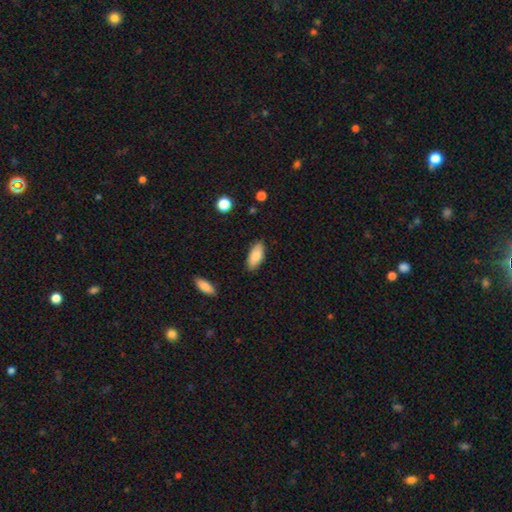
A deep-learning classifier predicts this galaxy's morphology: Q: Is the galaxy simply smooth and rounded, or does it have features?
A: smooth — 82%.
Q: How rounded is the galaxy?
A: in between — 84%.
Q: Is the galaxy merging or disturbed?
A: none — 86%.